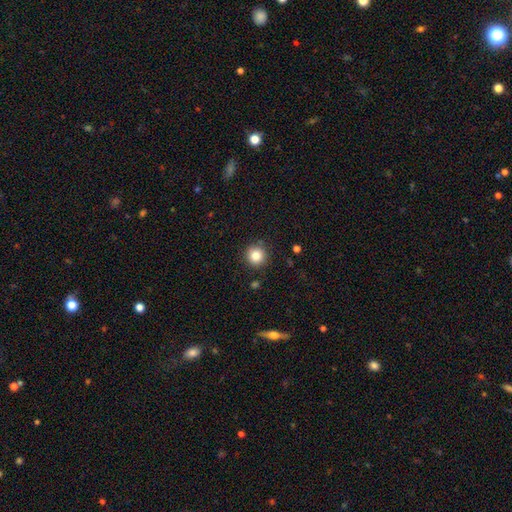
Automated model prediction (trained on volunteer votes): smooth_or_featured: smooth (p=0.83) [alt: star or artifact p=0.11]
how_rounded: round (p=0.94) [alt: in between p=0.05]
merging: none (p=0.89) [alt: minor disturbance p=0.07]